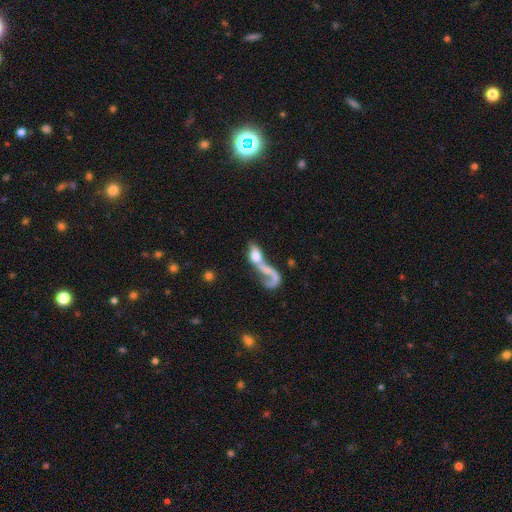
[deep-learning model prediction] Smooth or featured?
  - featured or disk: 51% *
  - smooth: 40%
  - star or artifact: 9%
Edge-on disk?
  - no: 87% *
  - yes: 13%
Merging?
  - merger: 61% *
  - major disturbance: 20%
  - none: 13%
  - minor disturbance: 6%